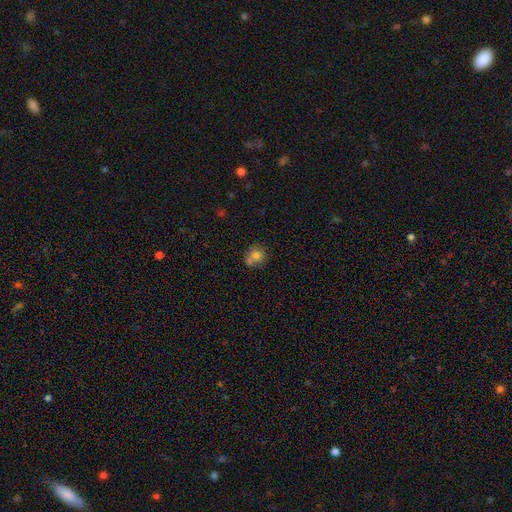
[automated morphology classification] The model was most divided on "merging": none: 53%, merger: 30%, minor disturbance: 13%, major disturbance: 4%. More confident: how rounded — round (83%); smooth or featured — smooth (74%).